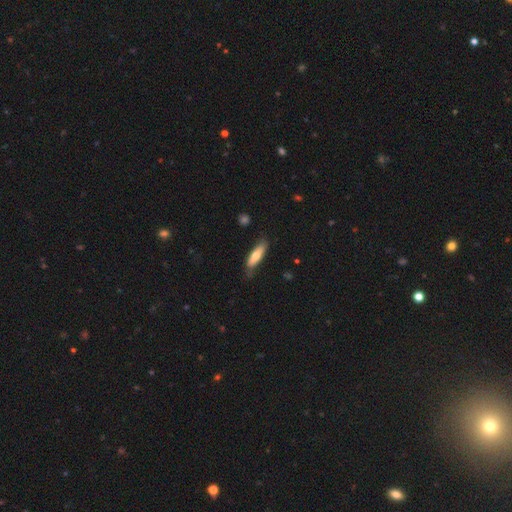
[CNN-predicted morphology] This is likely a smooth galaxy (66%). How rounded: possibly cigar-shaped (55%). Merging: likely none (70%).